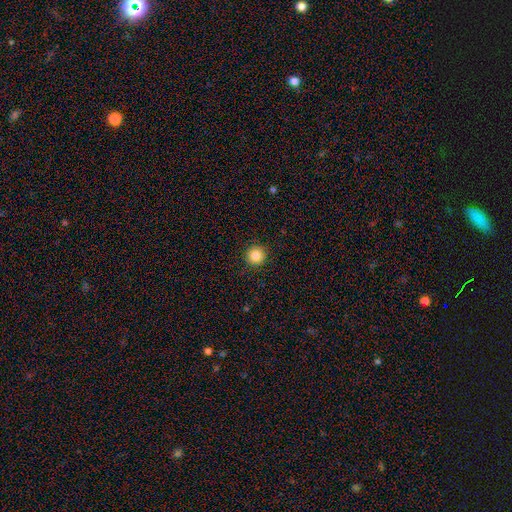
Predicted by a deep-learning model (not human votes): A smooth galaxy with no disk features (86%) that is round (95%). Merging: none (92%).